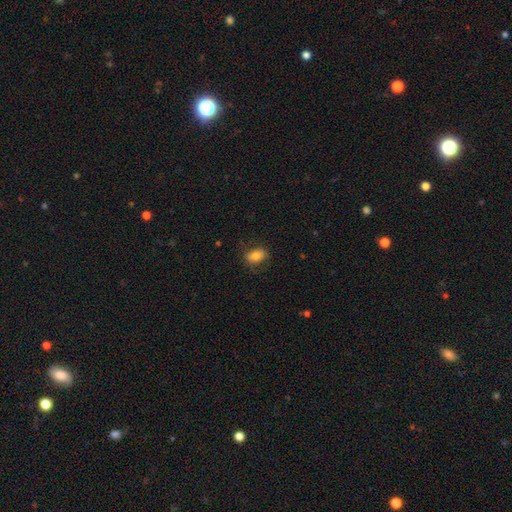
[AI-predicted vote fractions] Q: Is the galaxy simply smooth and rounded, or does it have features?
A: smooth — 77%.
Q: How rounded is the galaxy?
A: in between — 82%.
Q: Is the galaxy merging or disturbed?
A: none — 76%.